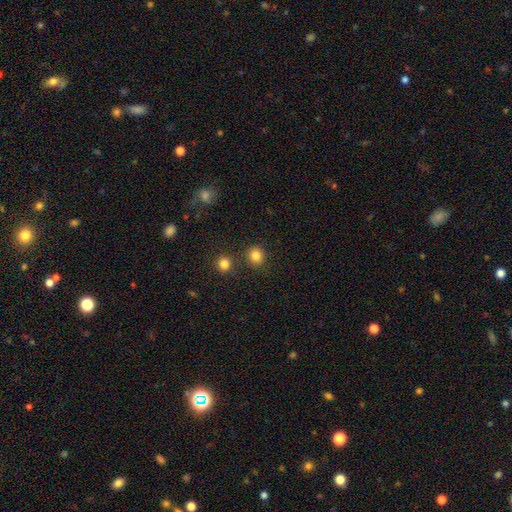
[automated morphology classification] A smooth galaxy with no disk features (84%) that is round (83%). Merging: none (84%).